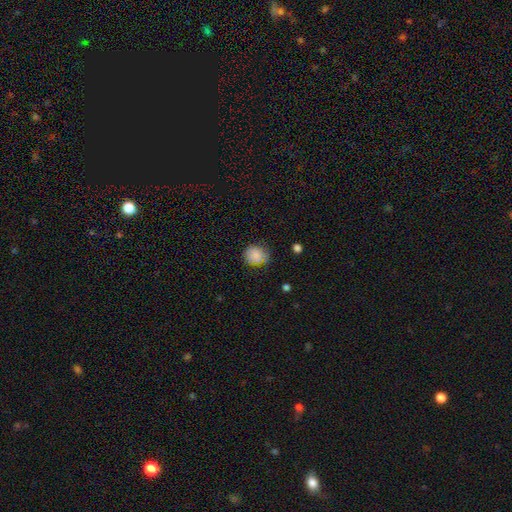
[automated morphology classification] A smooth galaxy with no disk features (83%) that is round (72%).

Vote fractions:
- Smooth or featured? smooth: 83% / star or artifact: 9% / featured or disk: 8%
- How rounded? round: 72% / in between: 27% / cigar-shaped: 1%
- Merging? none: 66% / minor disturbance: 26% / major disturbance: 6% / merger: 2%